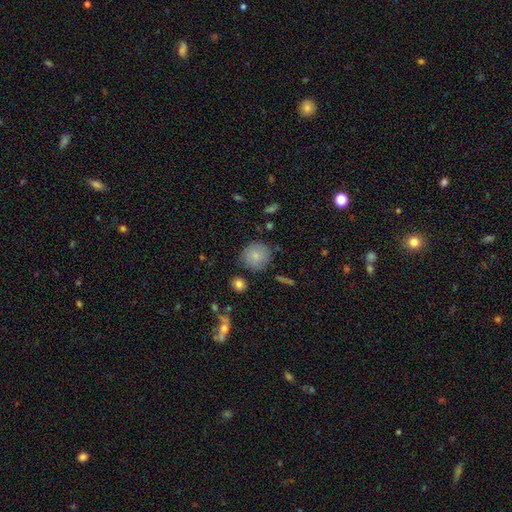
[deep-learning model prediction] This appears to be a smooth galaxy with no disk features (78%) that is round (90%). Merging: none (74%).